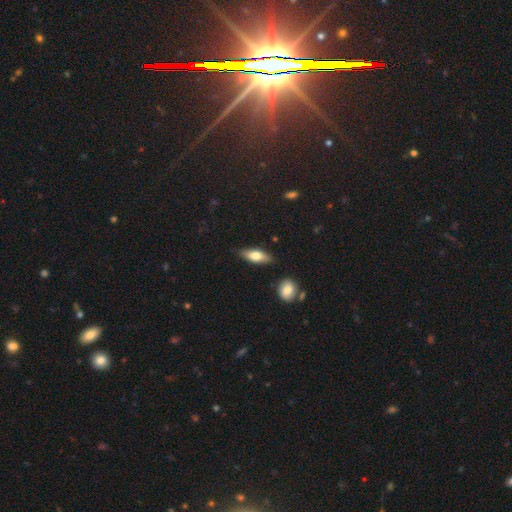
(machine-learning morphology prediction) Overall: smooth (70%). How rounded: in between (72%). Merging: none (81%).